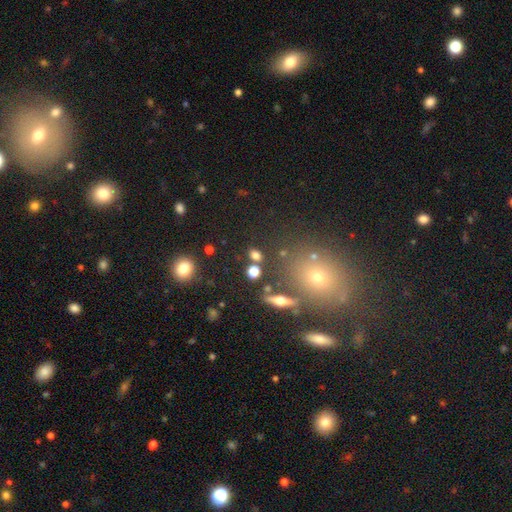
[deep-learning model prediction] Smooth or featured: smooth — 71% (star or artifact — 16%)
How rounded: in between — 54% (round — 40%)
Merging: none — 77% (minor disturbance — 10%)